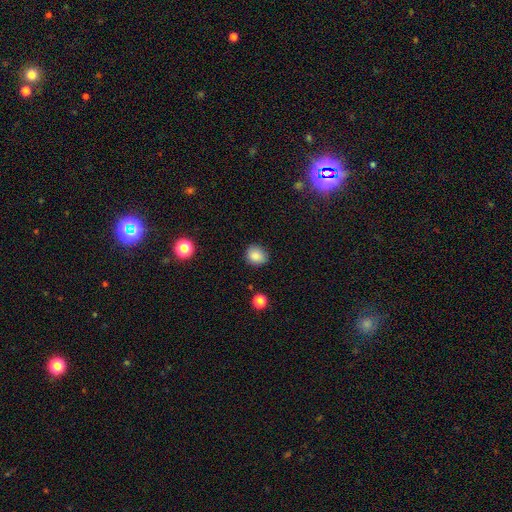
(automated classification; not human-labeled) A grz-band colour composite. It shows a smooth galaxy with no disk features (85%) that is round (64%). Merging: none (81%).